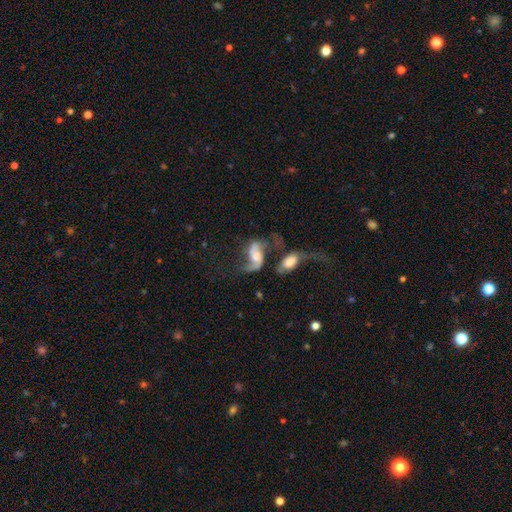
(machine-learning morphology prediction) Overall: featured or disk (76%). Edge-on disk: no (95%). Bar: no (49%; weak 36%). Spiral arms: yes (90%). Spiral arm count: 2 (85%). Spiral winding: loose (74%). Bulge size: moderate (49%; small 24%). Merging: merger (40%; none 26%).